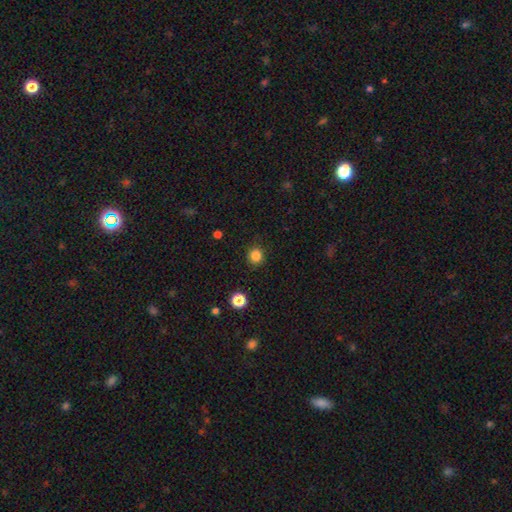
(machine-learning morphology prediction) Overall: smooth (85%). How rounded: round (90%). Merging: none (88%).